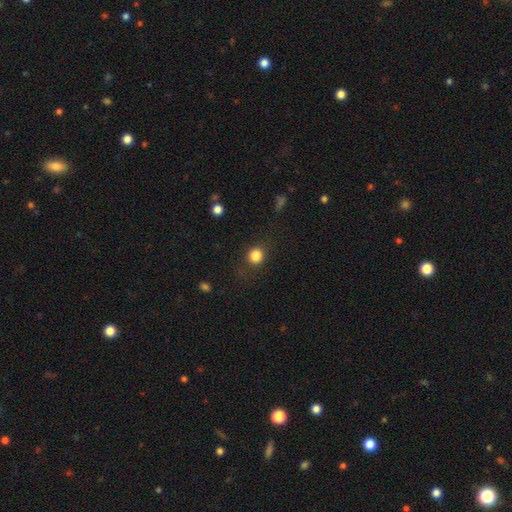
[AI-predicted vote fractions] Smooth or featured? smooth (84%)
How rounded? round (85%)
Merging? none (82%)